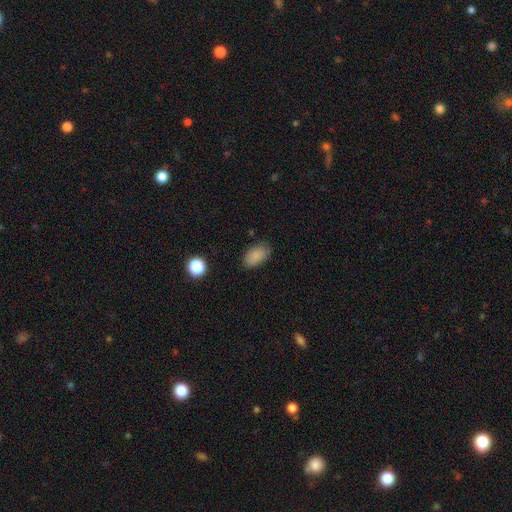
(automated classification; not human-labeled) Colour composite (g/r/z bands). It shows a smooth galaxy with no disk features (86%) that is in between round and cigar-shaped (92%). Merging: none (81%).